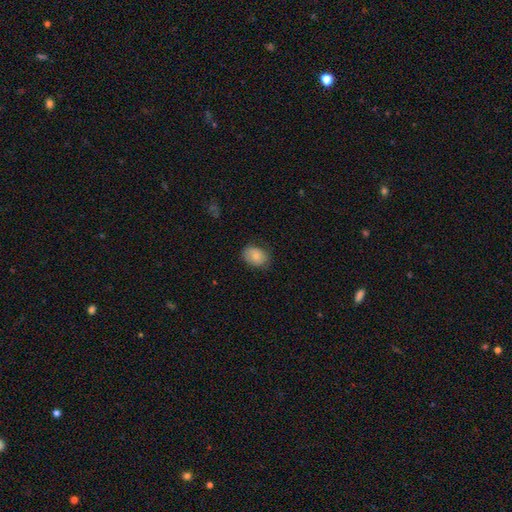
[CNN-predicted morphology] Smooth or featured? Predicted: smooth (p=0.77). How rounded? Predicted: in between (p=0.69). Merging? Predicted: none (p=0.75).